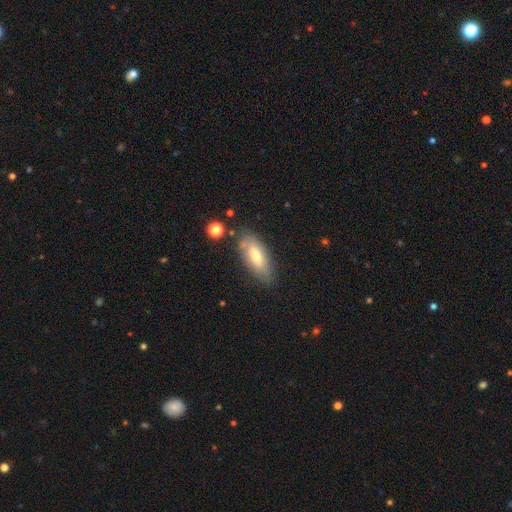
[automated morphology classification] Smooth or featured: smooth — 64% (featured or disk — 29%)
How rounded: in between — 79% (cigar-shaped — 18%)
Merging: none — 76% (minor disturbance — 16%)